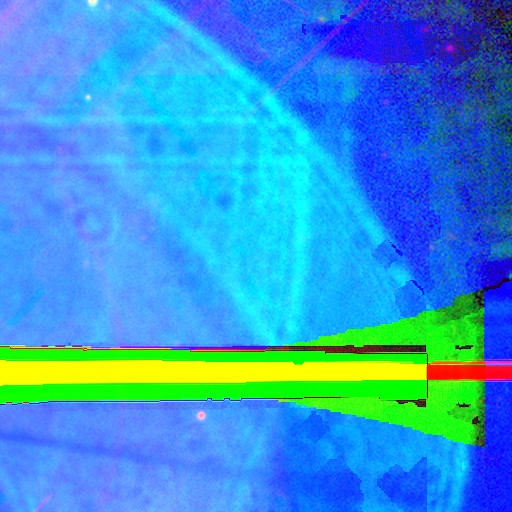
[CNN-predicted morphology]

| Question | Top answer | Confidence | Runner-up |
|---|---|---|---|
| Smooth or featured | star or artifact | 86% | featured or disk (7%) |